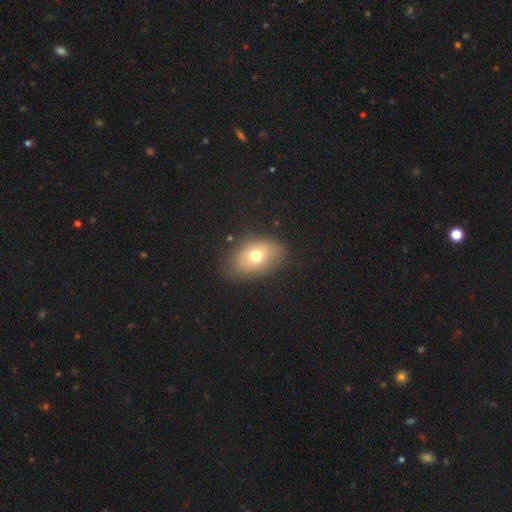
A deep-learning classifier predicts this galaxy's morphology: smooth 68%, featured or disk 21%, star or artifact 11%. Down the decision tree: how rounded — in between (80%); merging — none (77%).